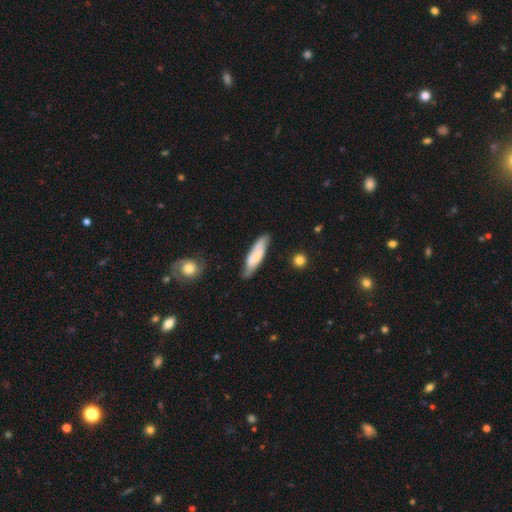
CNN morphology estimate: smooth_or_featured: smooth (p=0.60) [alt: featured or disk p=0.34]
how_rounded: cigar-shaped (p=0.62) [alt: in between p=0.36]
merging: none (p=0.72) [alt: minor disturbance p=0.21]